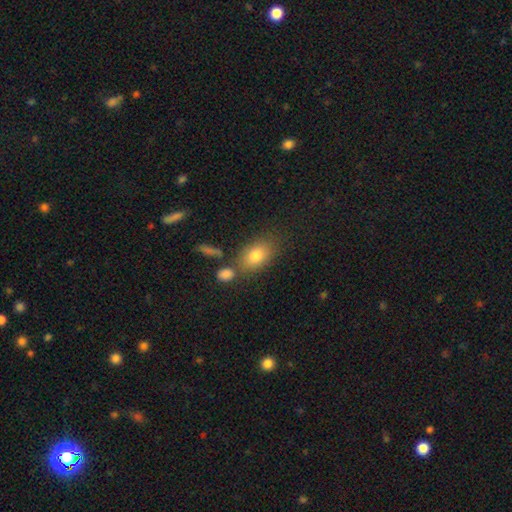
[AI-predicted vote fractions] Q: Smooth or featured?
A: smooth (79%); runner-up: featured or disk (12%)
Q: How rounded?
A: in between (81%); runner-up: round (16%)
Q: Merging?
A: none (66%); runner-up: minor disturbance (15%)